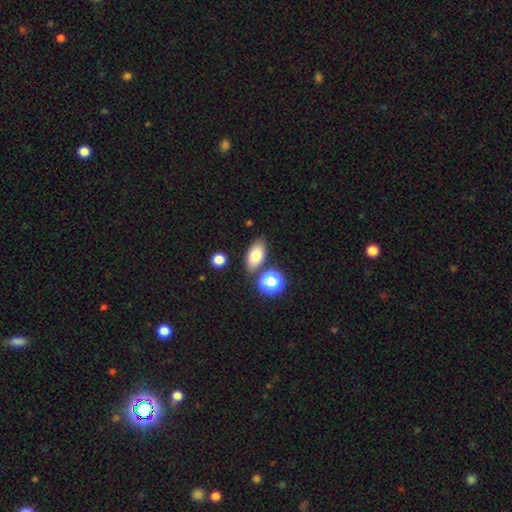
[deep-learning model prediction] Smooth or featured? Predicted: smooth (p=0.76). How rounded? Predicted: in between (p=0.88). Merging? Predicted: none (p=0.78).